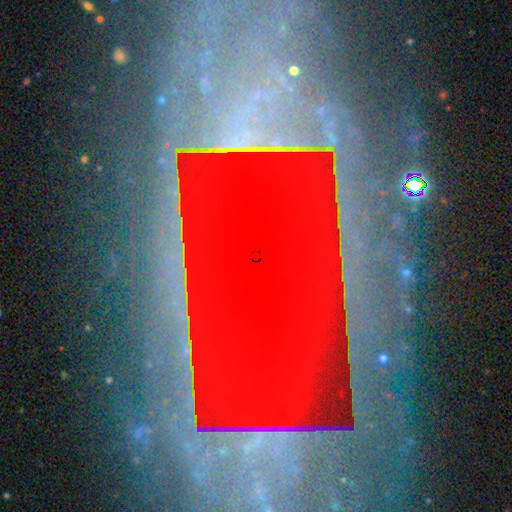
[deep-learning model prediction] Overall: star or artifact (83%).